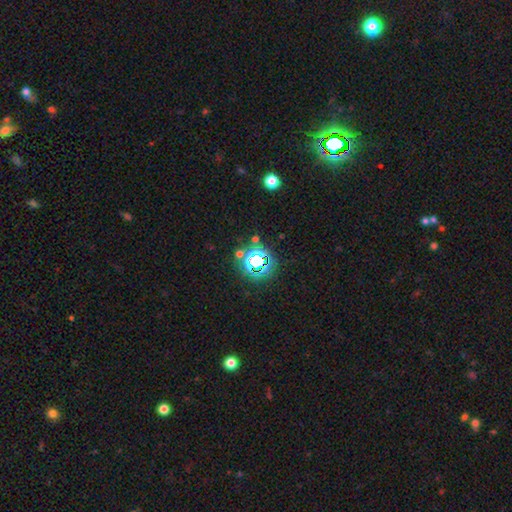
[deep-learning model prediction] star or artifact 78%, smooth 14%, featured or disk 7%.